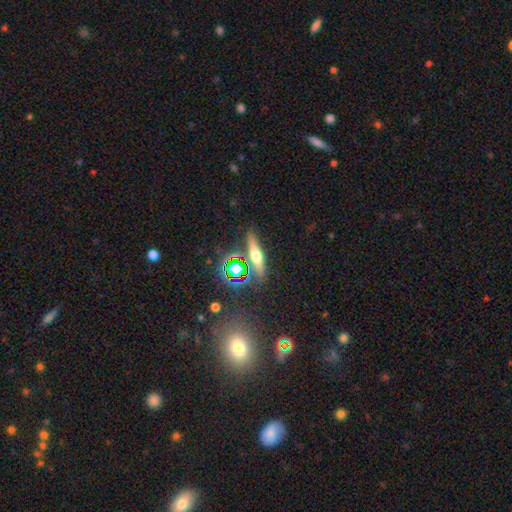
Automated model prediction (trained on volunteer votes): Smooth or featured?
  - featured or disk: 45% *
  - smooth: 34%
  - star or artifact: 21%
Merging?
  - none: 83% *
  - minor disturbance: 9%
  - merger: 5%
  - major disturbance: 3%